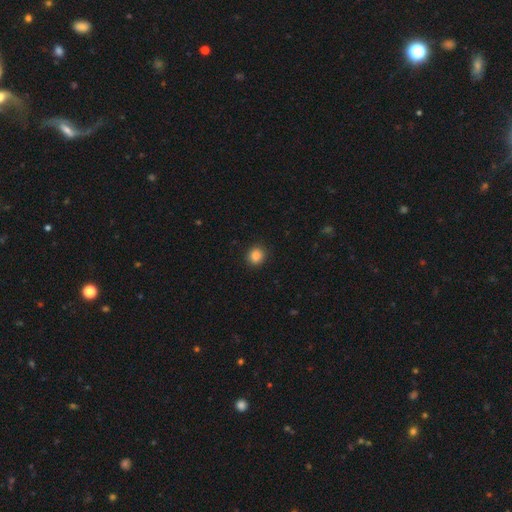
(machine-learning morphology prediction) A smooth galaxy with no disk features (86%) that is round (83%). Merging: none (91%).